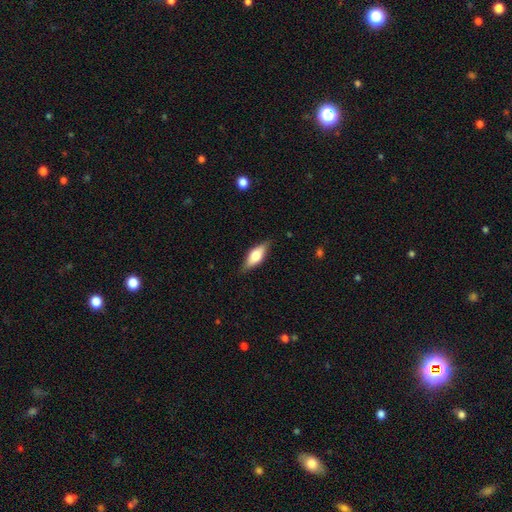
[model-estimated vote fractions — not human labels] Morphology: type=smooth (52%); roundness=in between (69%); merging=none (83%).